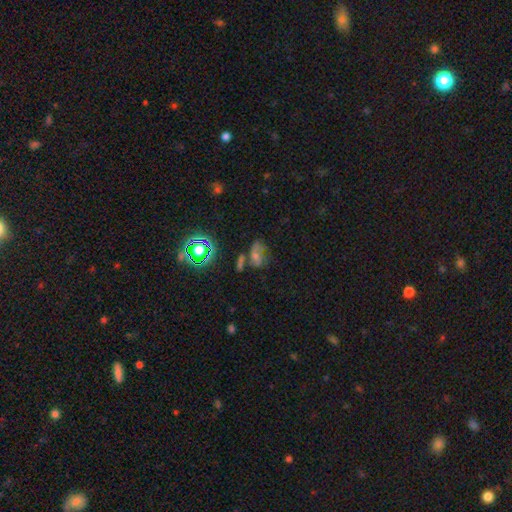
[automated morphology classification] A star or artifact, not a galaxy (41%).

Vote fractions:
- Smooth or featured? star or artifact: 41% / smooth: 30% / featured or disk: 28%